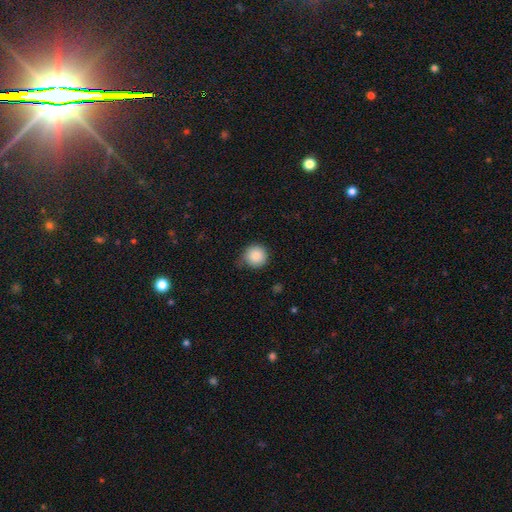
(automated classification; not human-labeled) A smooth galaxy with no disk features (87%) that is round (94%).

Vote fractions:
- Smooth or featured? smooth: 87% / star or artifact: 9% / featured or disk: 4%
- How rounded? round: 94% / in between: 5% / cigar-shaped: 1%
- Merging? none: 70% / minor disturbance: 24% / major disturbance: 4% / merger: 2%